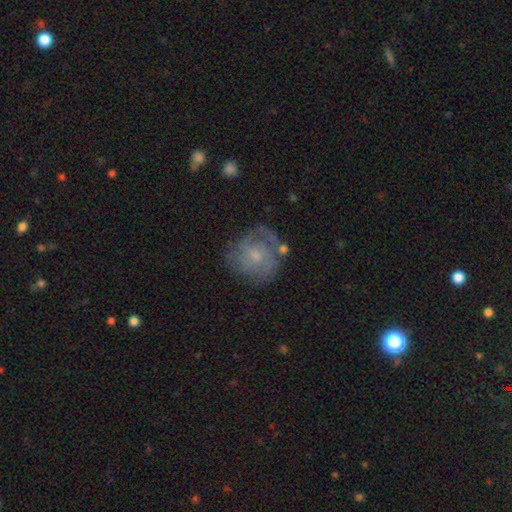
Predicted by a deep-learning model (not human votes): smooth_or_featured: featured or disk (p=0.61) [alt: smooth p=0.31]
disk_edge_on: no (p=0.98) [alt: yes p=0.02]
bar: no (p=0.73) [alt: weak p=0.24]
has_spiral_arms: yes (p=0.77) [alt: no p=0.23]
bulge_size: small (p=0.67) [alt: moderate p=0.25]
merging: none (p=0.60) [alt: minor disturbance p=0.22]